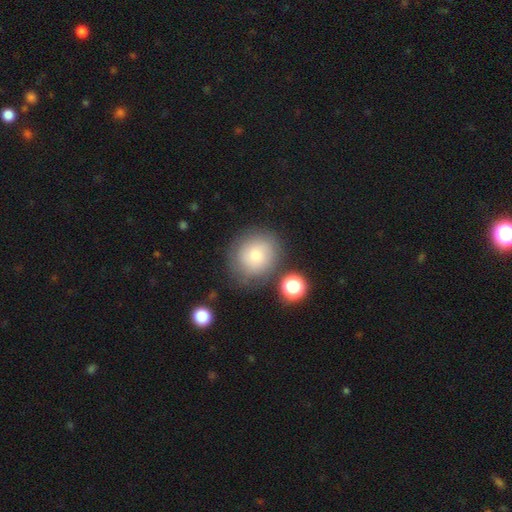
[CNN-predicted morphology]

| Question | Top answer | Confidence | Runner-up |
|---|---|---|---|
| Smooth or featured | smooth | 75% | featured or disk (15%) |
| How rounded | round | 81% | in between (18%) |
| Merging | none | 73% | minor disturbance (16%) |